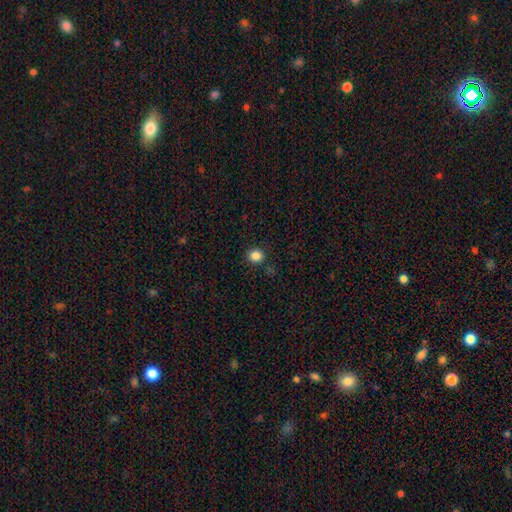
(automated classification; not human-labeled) A smooth galaxy with no disk features (85%) that is round (86%).

Vote fractions:
- Smooth or featured? smooth: 85% / star or artifact: 11% / featured or disk: 4%
- How rounded? round: 86% / in between: 13% / cigar-shaped: 1%
- Merging? none: 89% / minor disturbance: 7% / major disturbance: 2% / merger: 2%